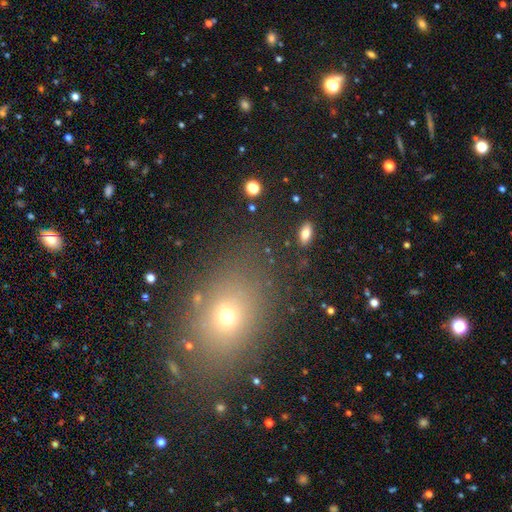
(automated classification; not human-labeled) Morphology: type=smooth (59%); roundness=in between (63%); merging=none (85%).